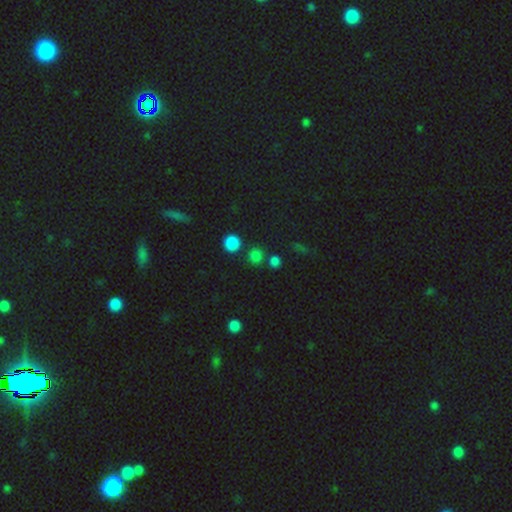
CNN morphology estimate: Smooth or featured?
  - smooth: 76% *
  - star or artifact: 20%
  - featured or disk: 4%
How rounded?
  - round: 89% *
  - in between: 10%
  - cigar-shaped: 1%
Merging?
  - none: 78% *
  - merger: 11%
  - minor disturbance: 7%
  - major disturbance: 3%